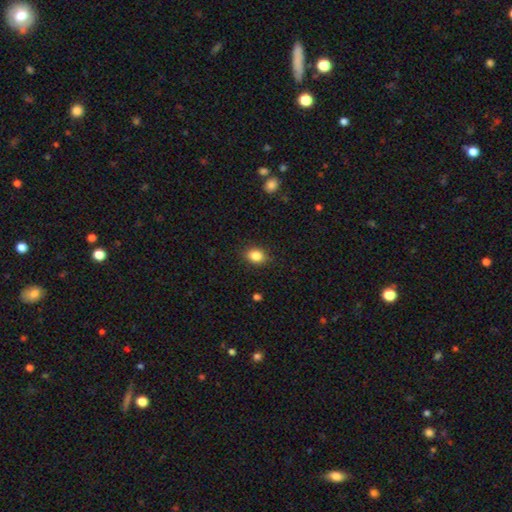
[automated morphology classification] smooth_or_featured: smooth (p=0.85) [alt: star or artifact p=0.09]
how_rounded: in between (p=0.62) [alt: round p=0.37]
merging: none (p=0.86) [alt: minor disturbance p=0.10]